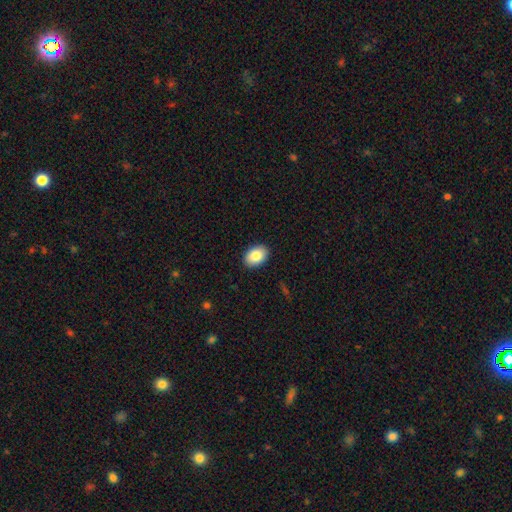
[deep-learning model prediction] This appears to be a smooth galaxy with no disk features (87%) that is in between round and cigar-shaped (86%). Merging: none (90%).